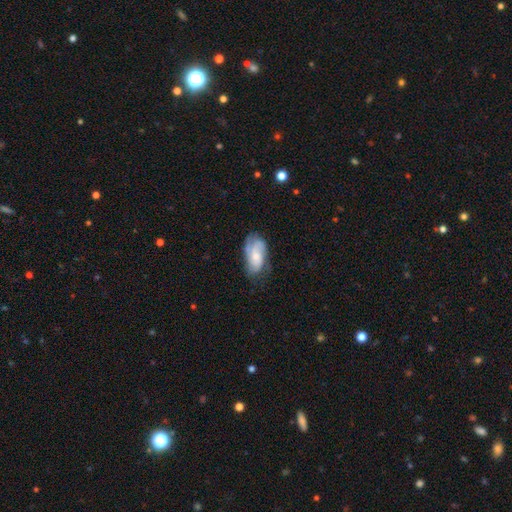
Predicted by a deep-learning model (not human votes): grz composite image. It shows a featured or disk galaxy (53%) with no bar (74%), spiral arms (79%) and a small central bulge (50%). Merging: none (56%).